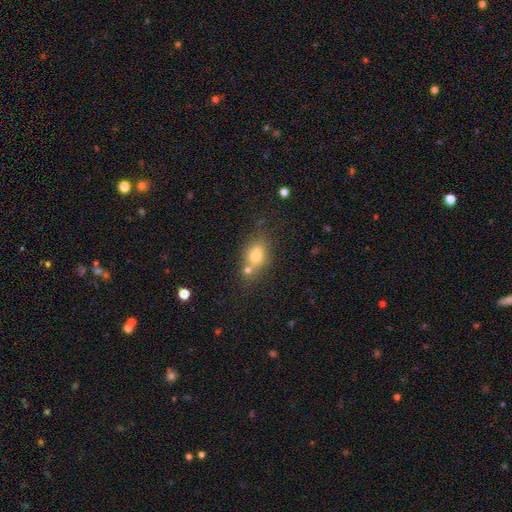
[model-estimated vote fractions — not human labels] smooth 74%, featured or disk 14%, star or artifact 12%. Down the decision tree: how rounded — in between (62%); merging — none (50%).